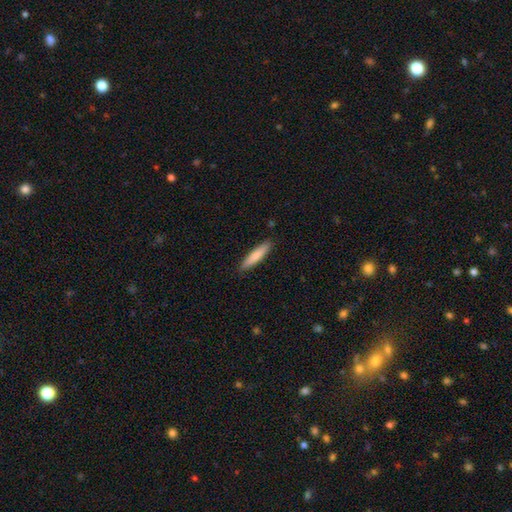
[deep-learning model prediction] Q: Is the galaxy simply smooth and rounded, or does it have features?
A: smooth — 81%.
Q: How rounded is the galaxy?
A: cigar-shaped — 83%.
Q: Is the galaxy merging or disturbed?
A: none — 89%.